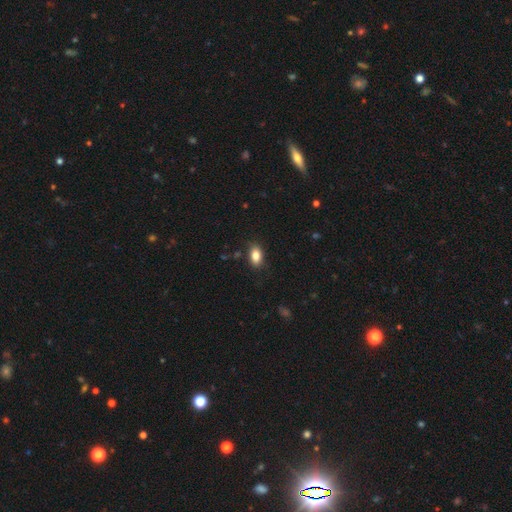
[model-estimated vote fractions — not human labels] This is clearly a smooth galaxy (86%). How rounded: clearly in between (90%). Merging: clearly none (84%).